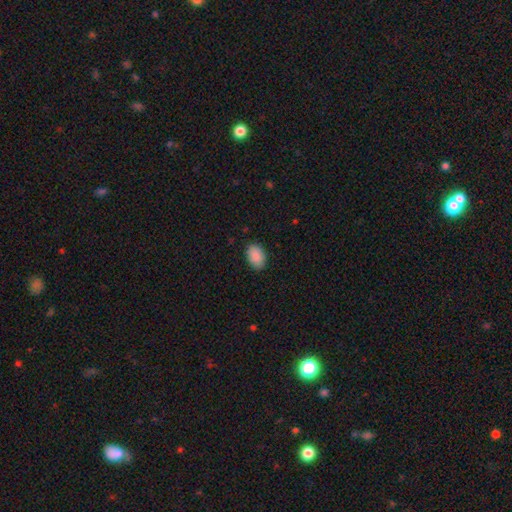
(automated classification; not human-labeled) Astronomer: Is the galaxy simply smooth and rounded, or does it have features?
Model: smooth — 90%.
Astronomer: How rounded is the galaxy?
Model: in between — 89%.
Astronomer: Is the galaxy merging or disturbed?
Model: none — 87%.